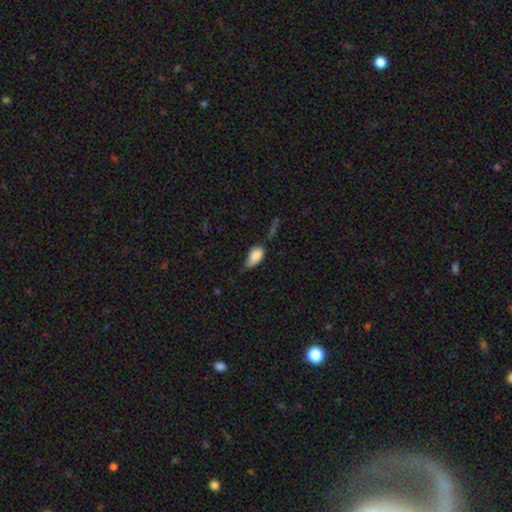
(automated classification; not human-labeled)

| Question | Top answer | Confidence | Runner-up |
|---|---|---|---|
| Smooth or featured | smooth | 83% | featured or disk (9%) |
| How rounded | in between | 91% | round (5%) |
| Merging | minor disturbance | 44% | none (32%) |